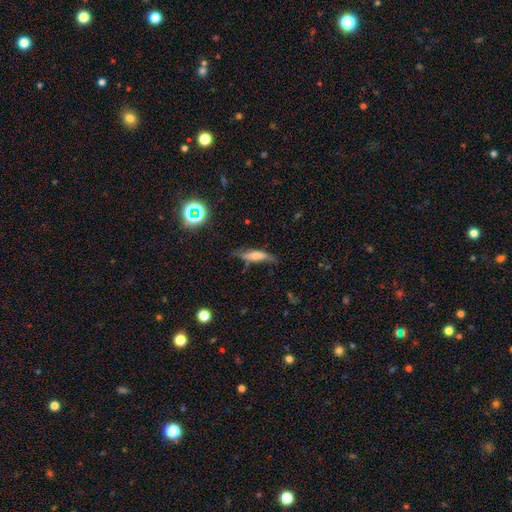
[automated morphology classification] smooth 52%, featured or disk 38%, star or artifact 10%. Down the decision tree: how rounded — cigar-shaped (65%); merging — none (57%).